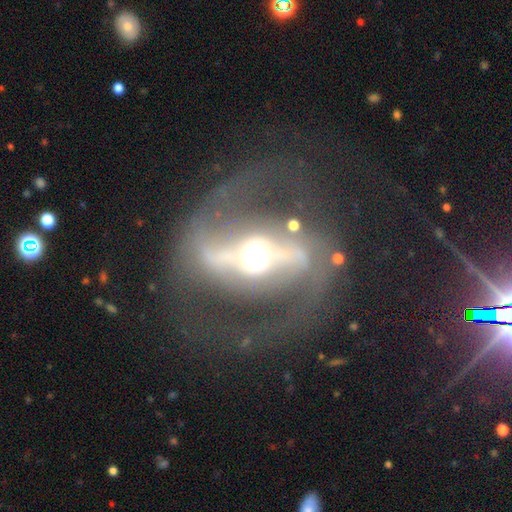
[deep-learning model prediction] Smooth or featured: featured or disk — 89% (star or artifact — 5%)
Edge-on disk: no — 94% (yes — 6%)
Bar: strong — 74% (weak — 16%)
Spiral arms: yes — 90% (no — 10%)
Spiral winding: medium — 57% (loose — 22%)
Spiral arm count: 2 — 93% (can't tell — 2%)
Bulge size: moderate — 59% (large — 28%)
Merging: none — 76% (minor disturbance — 12%)